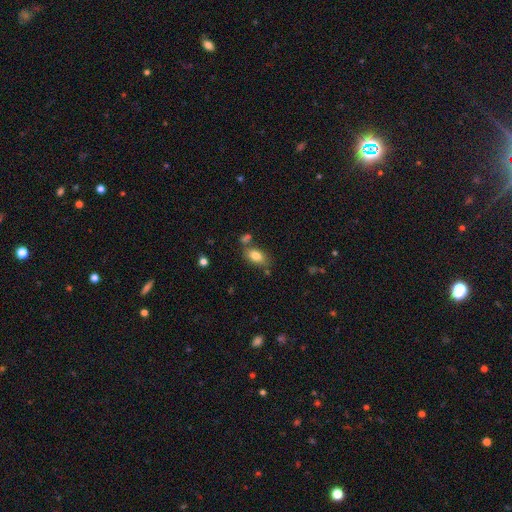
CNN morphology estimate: Smooth or featured? smooth (82%)
How rounded? in between (90%)
Merging? none (67%)